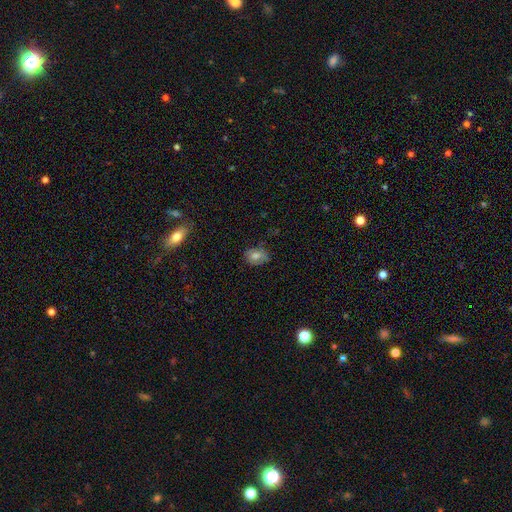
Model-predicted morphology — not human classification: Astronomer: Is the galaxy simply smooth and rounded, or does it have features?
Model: smooth — 74%.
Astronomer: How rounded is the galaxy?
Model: in between — 62%.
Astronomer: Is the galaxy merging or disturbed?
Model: none — 74%.